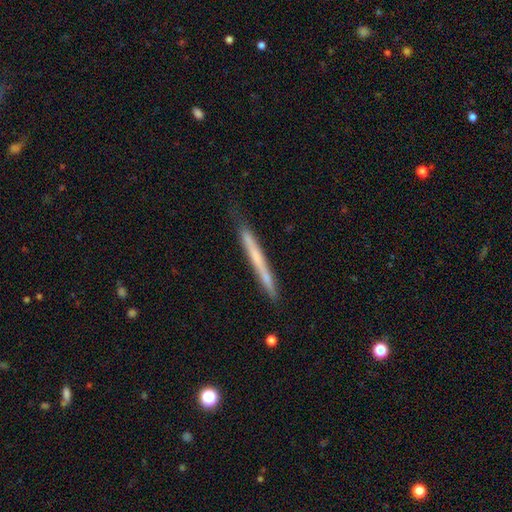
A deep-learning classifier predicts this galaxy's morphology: smooth-or-featured: smooth: 51% | featured or disk: 43% | star or artifact: 6%
  how-rounded: cigar-shaped: 97% | in between: 2% | round: 1%
  merging: none: 79% | minor disturbance: 17% | major disturbance: 3% | merger: 2%